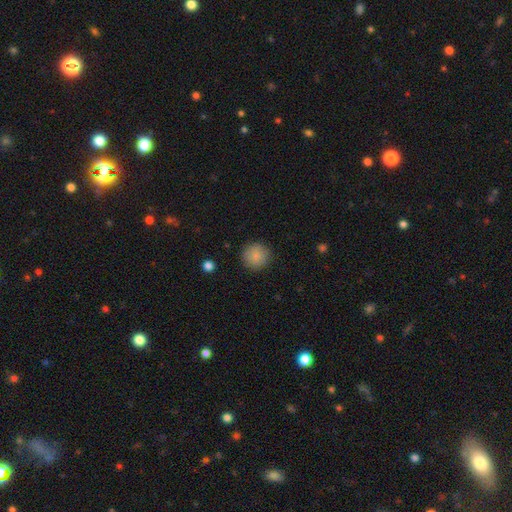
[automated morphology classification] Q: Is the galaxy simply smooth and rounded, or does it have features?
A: smooth — 86%.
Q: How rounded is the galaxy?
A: round — 95%.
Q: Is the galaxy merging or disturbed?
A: none — 89%.